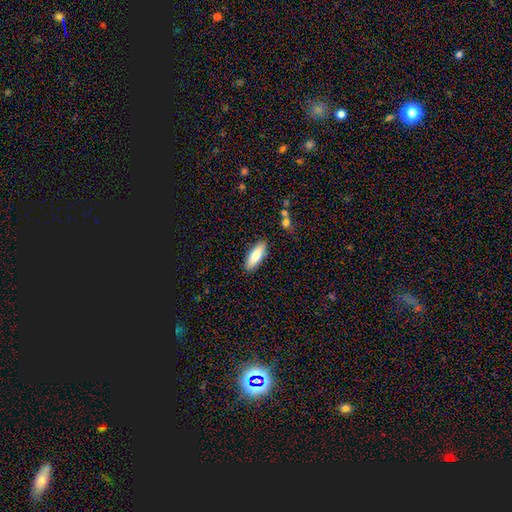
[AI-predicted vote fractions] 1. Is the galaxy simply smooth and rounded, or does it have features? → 78% smooth, 16% featured or disk, 6% star or artifact.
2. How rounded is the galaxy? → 65% in between, 33% cigar-shaped, 2% round.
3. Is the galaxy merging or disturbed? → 88% none, 9% minor disturbance, 2% major disturbance, 2% merger.